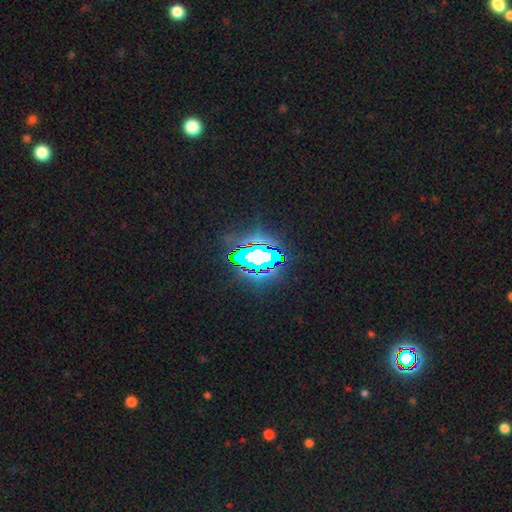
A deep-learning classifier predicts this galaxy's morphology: type=star or artifact (67%).